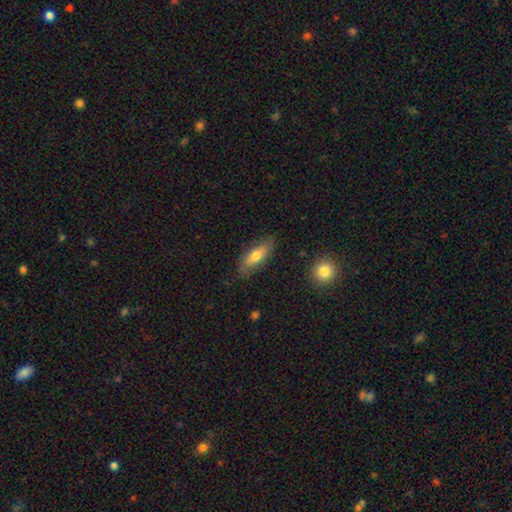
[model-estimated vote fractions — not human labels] smooth_or_featured: smooth (p=0.67) [alt: featured or disk p=0.26]
how_rounded: in between (p=0.59) [alt: cigar-shaped p=0.38]
merging: none (p=0.81) [alt: minor disturbance p=0.14]